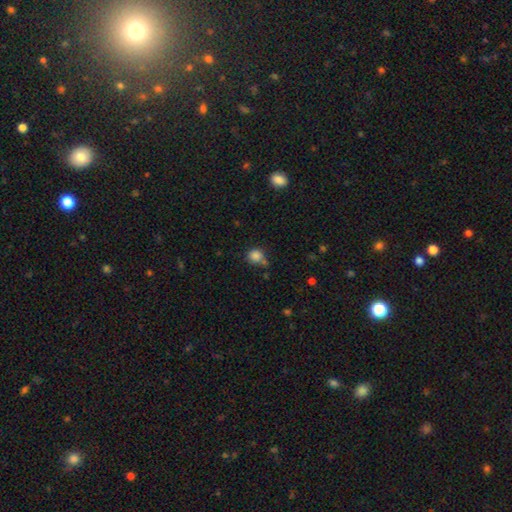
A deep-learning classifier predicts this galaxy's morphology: Q: Smooth or featured?
A: smooth (84%); runner-up: star or artifact (12%)
Q: How rounded?
A: round (83%); runner-up: in between (16%)
Q: Merging?
A: none (61%); runner-up: minor disturbance (17%)